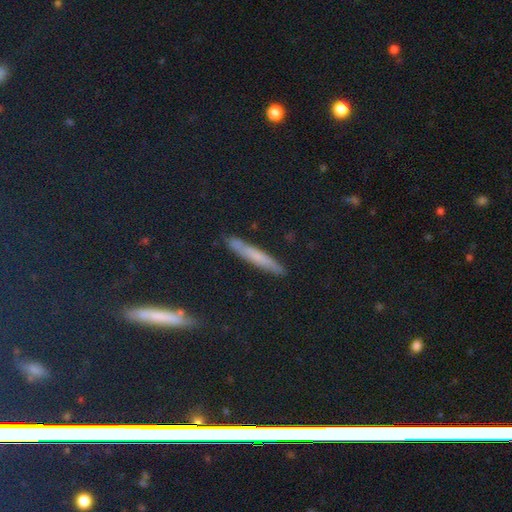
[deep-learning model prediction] Smooth or featured? Predicted: smooth (p=0.52). How rounded? Predicted: cigar-shaped (p=0.90). Merging? Predicted: none (p=0.86).